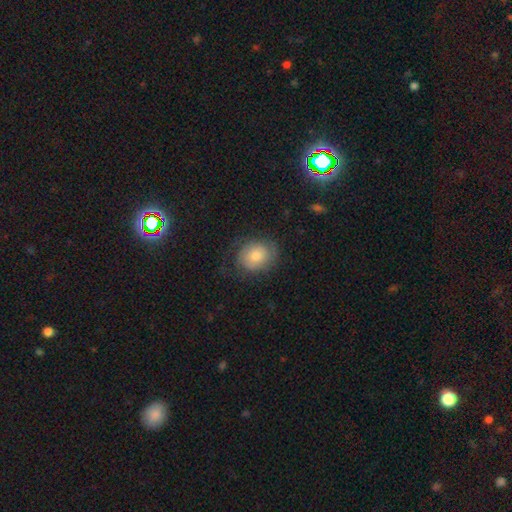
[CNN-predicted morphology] A smooth galaxy with no disk features (52%) that is round (62%). Merging: none (68%).